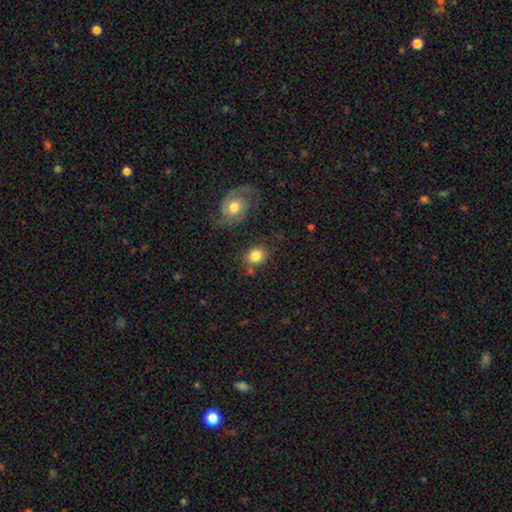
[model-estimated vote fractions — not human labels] Smooth or featured? smooth (80%)
How rounded? round (70%)
Merging? none (73%)